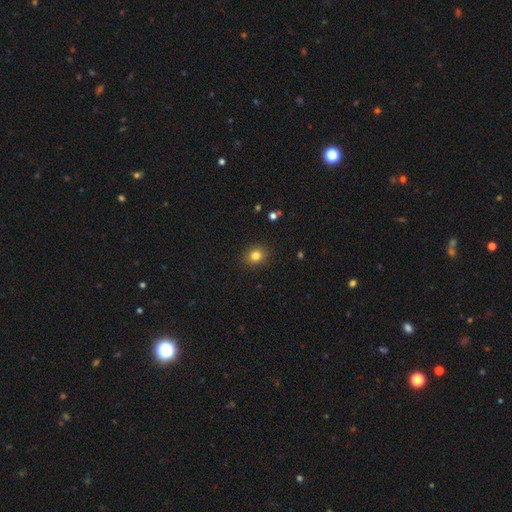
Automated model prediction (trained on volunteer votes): Smooth or featured? Predicted: smooth (p=0.82). How rounded? Predicted: round (p=0.68). Merging? Predicted: none (p=0.89).